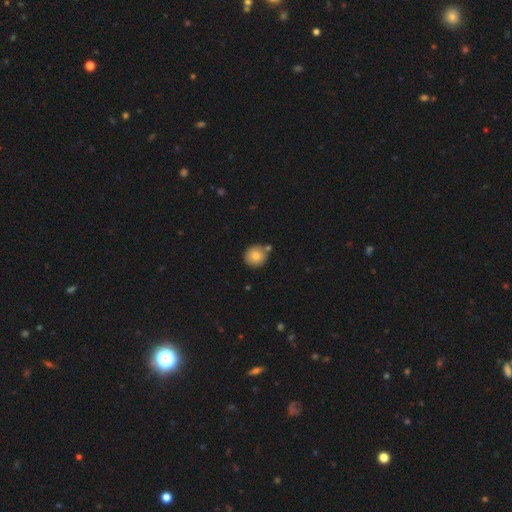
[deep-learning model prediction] smooth_or_featured: smooth (p=0.81) [alt: featured or disk p=0.10]
how_rounded: round (p=0.88) [alt: in between p=0.11]
merging: none (p=0.74) [alt: merger p=0.12]